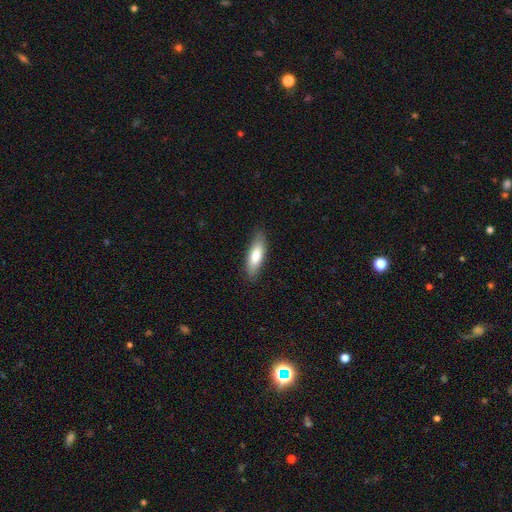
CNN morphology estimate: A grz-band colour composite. It shows a smooth galaxy with no disk features (79%) that is in between round and cigar-shaped (55%). Merging: none (84%).